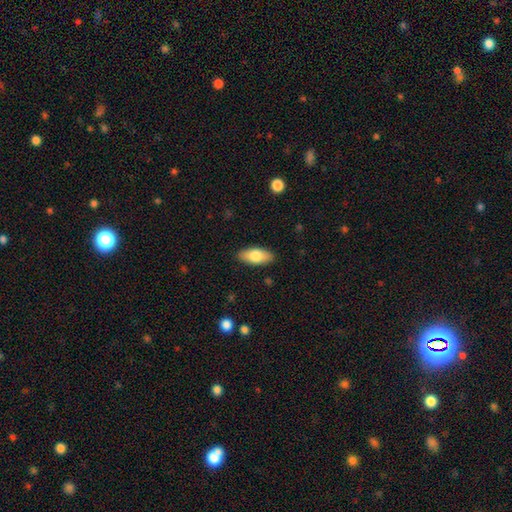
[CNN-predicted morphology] Smooth or featured: smooth — 77% (featured or disk — 16%)
How rounded: in between — 87% (cigar-shaped — 10%)
Merging: none — 88% (minor disturbance — 9%)